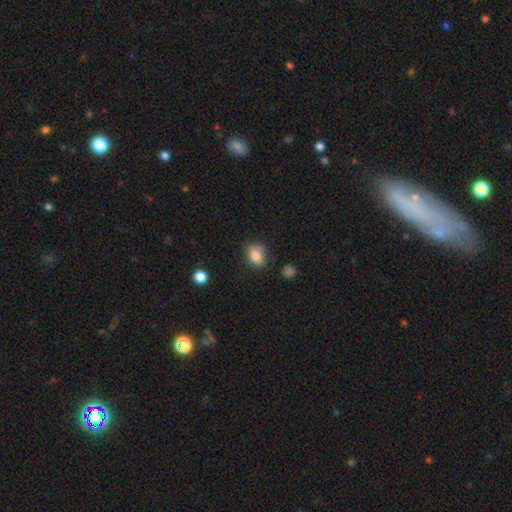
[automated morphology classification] This is clearly a smooth galaxy (83%). How rounded: likely in between (70%). Merging: likely none (71%).